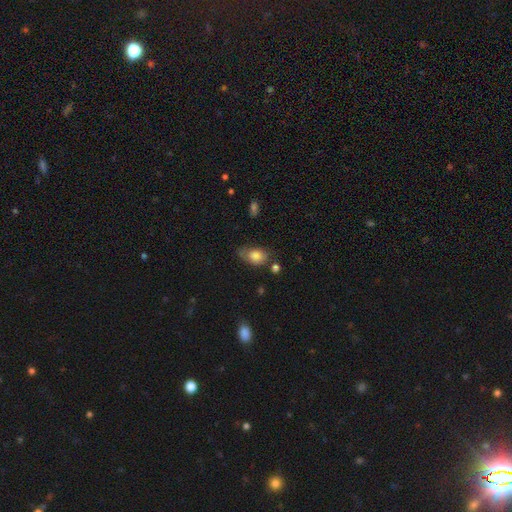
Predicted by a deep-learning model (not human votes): This is likely a smooth galaxy (77%). How rounded: clearly in between (80%). Merging: marginally none (42%).